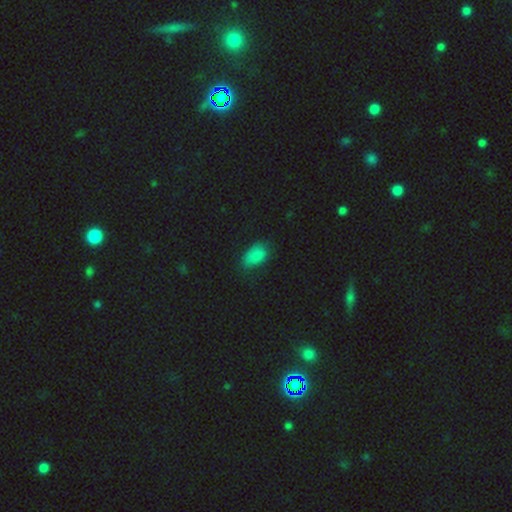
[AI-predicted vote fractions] A smooth galaxy with no disk features (82%) that is in between round and cigar-shaped (91%). Merging: none (64%).